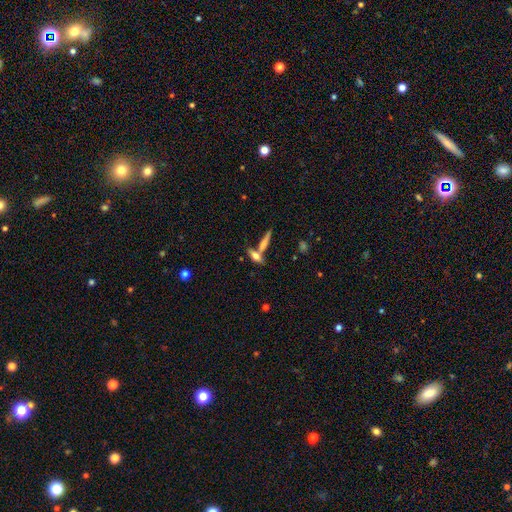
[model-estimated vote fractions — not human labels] The model was most divided on "how rounded": cigar-shaped: 52%, in between: 43%, round: 5%. More confident: smooth or featured — smooth (57%); merging — none (51%).